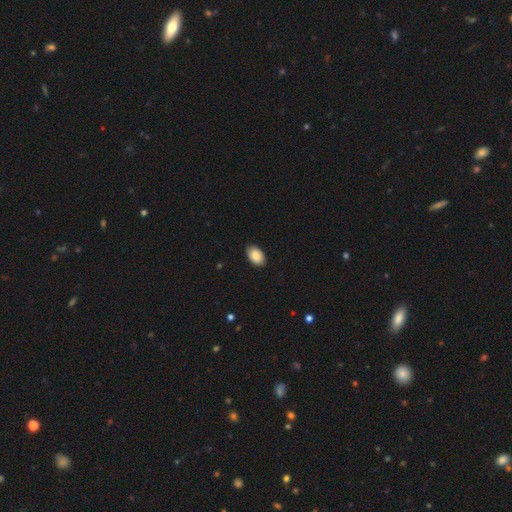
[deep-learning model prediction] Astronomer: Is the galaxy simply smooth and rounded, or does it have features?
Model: smooth — 89%.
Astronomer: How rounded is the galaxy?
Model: in between — 90%.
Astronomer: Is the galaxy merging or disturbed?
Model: none — 85%.